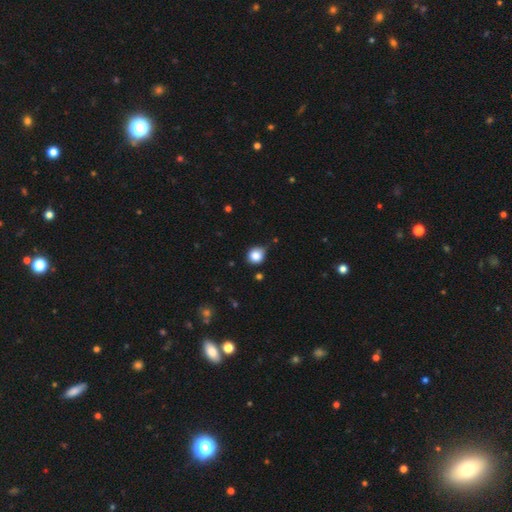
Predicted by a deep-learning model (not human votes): Overall: smooth (84%). How rounded: round (84%). Merging: none (67%).